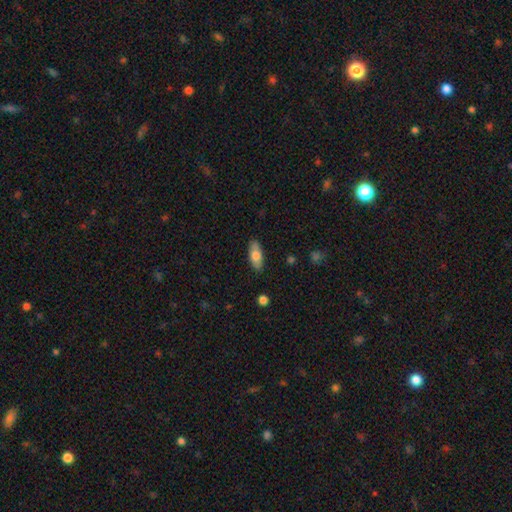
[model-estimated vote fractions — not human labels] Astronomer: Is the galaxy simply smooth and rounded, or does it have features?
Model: smooth — 74%.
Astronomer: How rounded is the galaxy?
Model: in between — 82%.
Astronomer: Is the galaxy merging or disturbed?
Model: none — 86%.